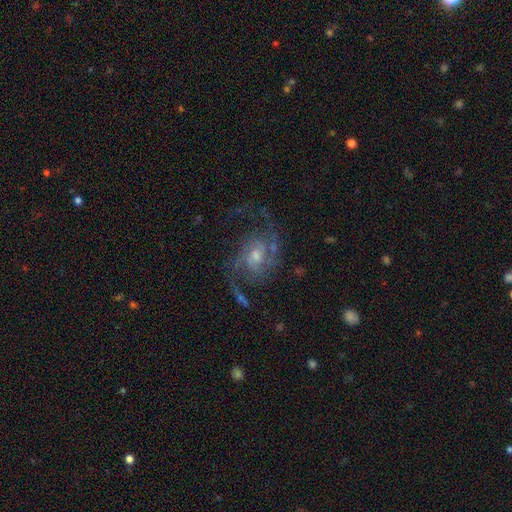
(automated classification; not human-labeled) This is clearly a featured or disk galaxy (88%). It is clearly not viewed edge-on (98%). Bar: possibly no (54%). Spiral arm pattern: clearly yes (97%). Spiral arm count: likely 2 (71%). Spiral winding: possibly medium (53%). Central bulge: possibly moderate (47%). Merging: likely none (67%).